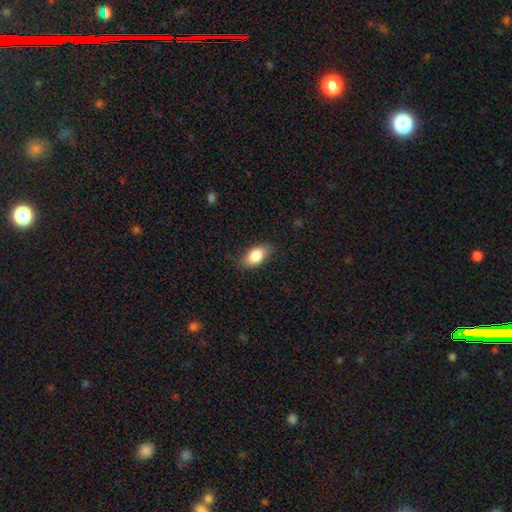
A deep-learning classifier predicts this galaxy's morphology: This is clearly a smooth galaxy (84%). How rounded: clearly in between (90%). Merging: likely none (78%).